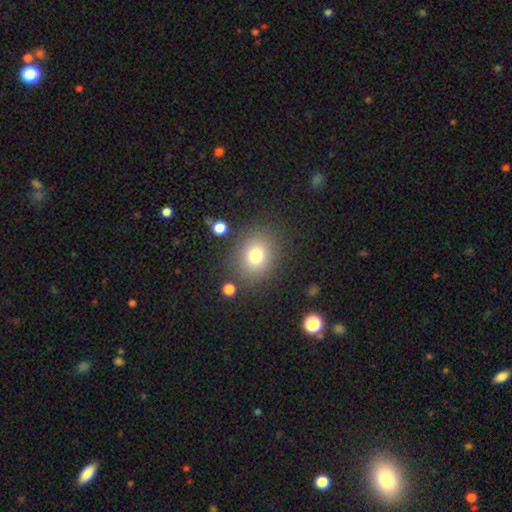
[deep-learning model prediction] Smooth or featured: smooth — 77% (star or artifact — 13%)
How rounded: round — 65% (in between — 34%)
Merging: none — 83% (minor disturbance — 10%)